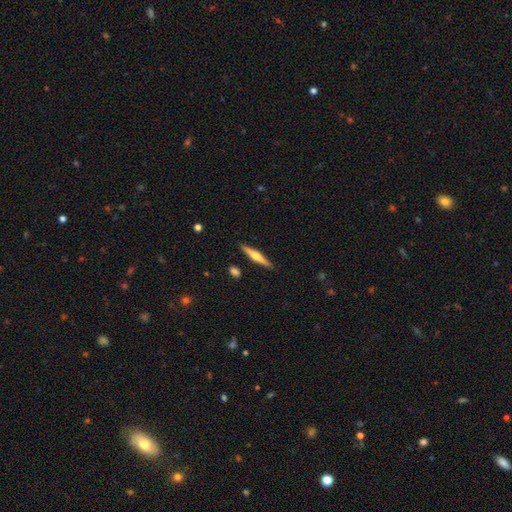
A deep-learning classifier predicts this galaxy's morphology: featured or disk 66%, smooth 29%, star or artifact 5%. Down the decision tree: edge-on disk — yes (98%); edge-on bulge — rounded (90%); merging — none (90%).